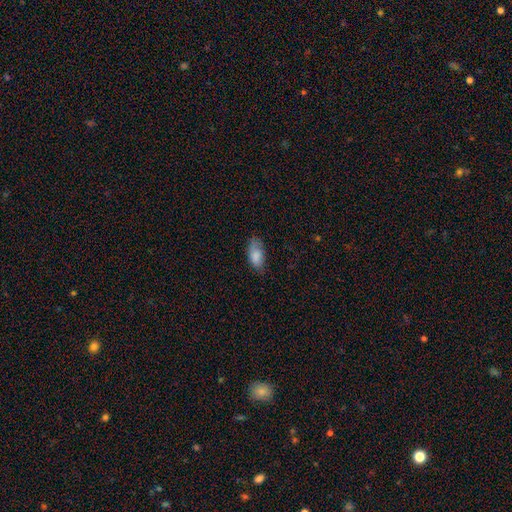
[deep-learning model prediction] Smooth or featured?
  - smooth: 85% *
  - featured or disk: 8%
  - star or artifact: 7%
How rounded?
  - in between: 92% *
  - cigar-shaped: 4%
  - round: 3%
Merging?
  - none: 65% *
  - minor disturbance: 27%
  - major disturbance: 7%
  - merger: 1%